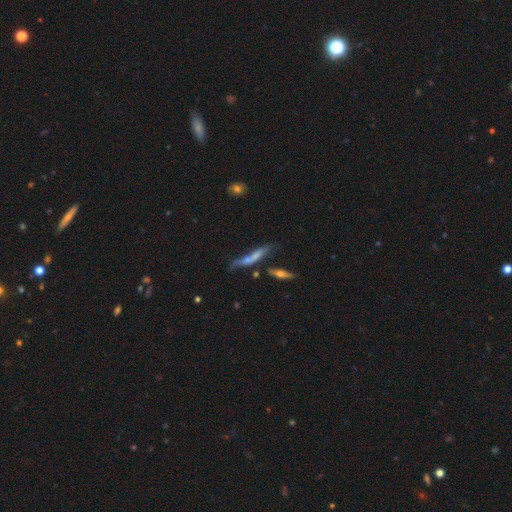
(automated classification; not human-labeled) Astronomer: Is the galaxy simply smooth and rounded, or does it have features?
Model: featured or disk — 55% (runner-up: smooth, 34%).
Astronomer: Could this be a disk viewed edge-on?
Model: yes — 71%.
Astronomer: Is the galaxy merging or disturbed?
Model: none — 49%.